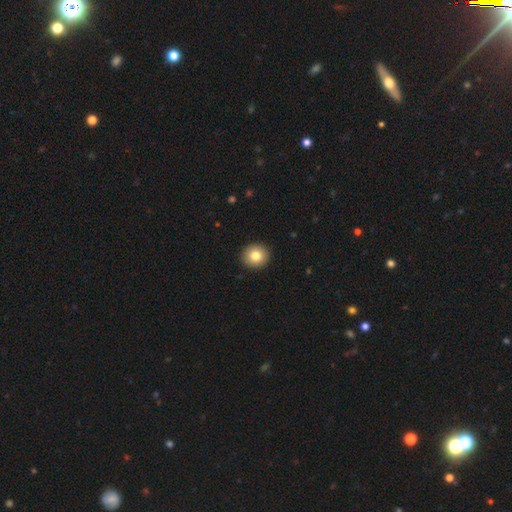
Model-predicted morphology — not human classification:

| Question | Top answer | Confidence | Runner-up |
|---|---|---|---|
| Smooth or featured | smooth | 81% | featured or disk (10%) |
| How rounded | round | 88% | in between (11%) |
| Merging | none | 93% | minor disturbance (5%) |